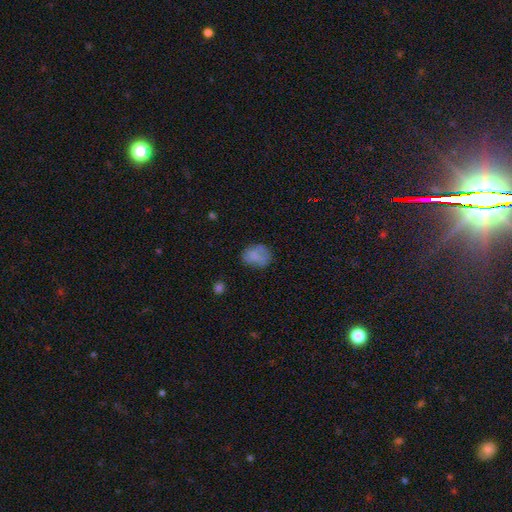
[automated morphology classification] Smooth or featured: smooth — 73% (featured or disk — 17%)
How rounded: in between — 62% (round — 37%)
Merging: none — 53% (minor disturbance — 28%)